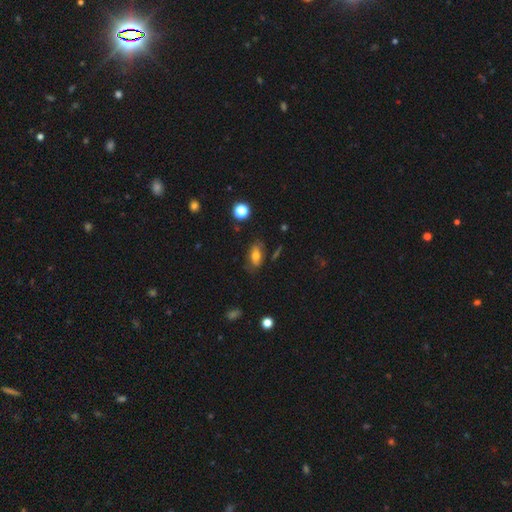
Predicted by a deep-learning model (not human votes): This appears to be a smooth galaxy with no disk features (68%) that is in between round and cigar-shaped (86%). Merging: none (73%).